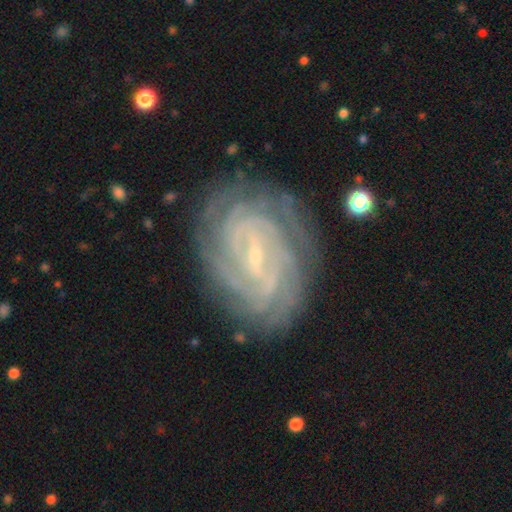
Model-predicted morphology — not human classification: This is clearly a featured or disk galaxy (88%). It is clearly not viewed edge-on (97%). Bar: marginally strong (43%). Spiral arm pattern: clearly yes (97%). Spiral arm count: marginally can't tell (28%). Spiral winding: clearly tight (80%). Central bulge: clearly small (83%). Merging: clearly none (82%).